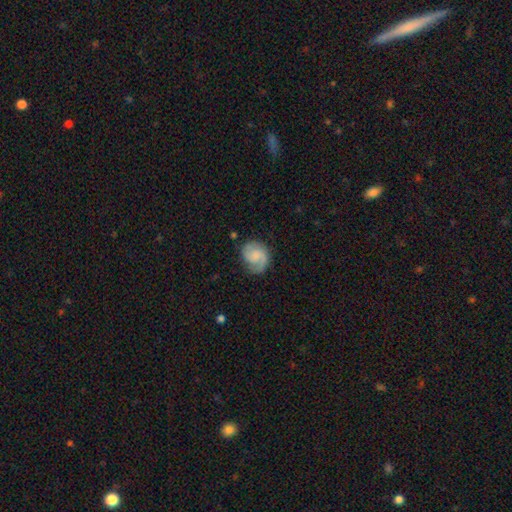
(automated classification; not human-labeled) Smooth or featured: featured or disk — 70% (smooth — 24%)
Edge-on disk: no — 98% (yes — 2%)
Bar: no — 55% (weak — 39%)
Spiral arms: yes — 95% (no — 5%)
Spiral winding: medium — 47% (tight — 30%)
Spiral arm count: 2 — 81% (1 — 10%)
Bulge size: none — 51% (small — 25%)
Merging: none — 74% (minor disturbance — 17%)